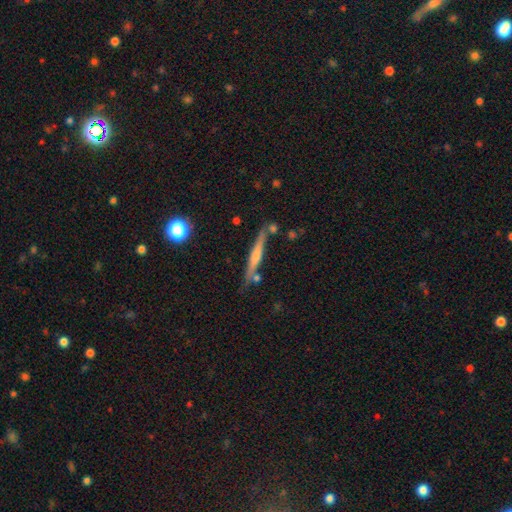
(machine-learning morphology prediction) A featured or disk galaxy (66%) viewed edge-on (94%) with a rounded central bulge (65%).

Vote fractions:
- Smooth or featured? featured or disk: 66% / smooth: 23% / star or artifact: 11%
- Edge-on disk? yes: 94% / no: 6%
- Edge-on bulge? rounded: 65% / none: 24% / boxy: 11%
- Merging? none: 75% / minor disturbance: 14% / merger: 6% / major disturbance: 5%